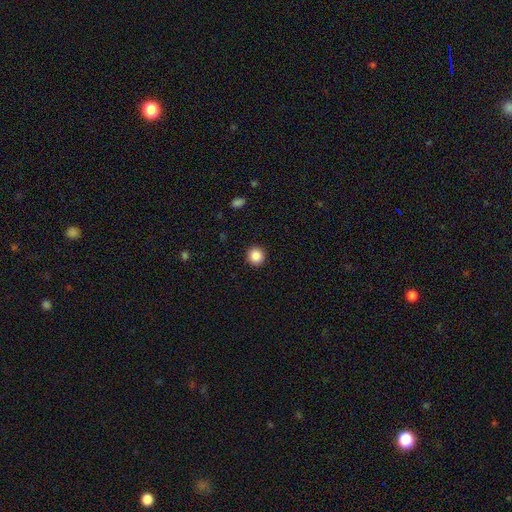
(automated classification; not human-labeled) Smooth or featured: smooth — 87% (star or artifact — 9%)
How rounded: round — 95% (in between — 4%)
Merging: none — 93% (minor disturbance — 4%)